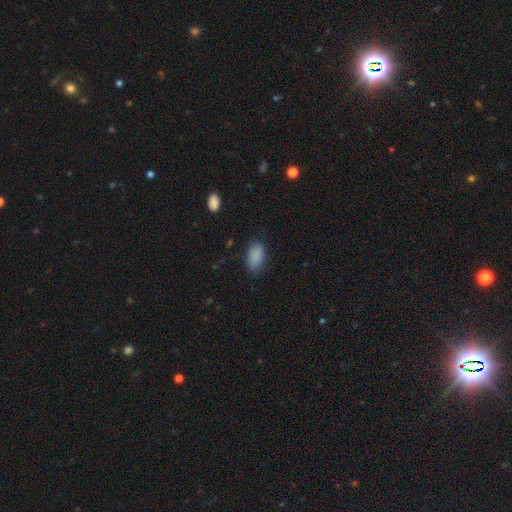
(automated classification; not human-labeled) A smooth galaxy with no disk features (89%) that is in between round and cigar-shaped (93%). Merging: none (80%).